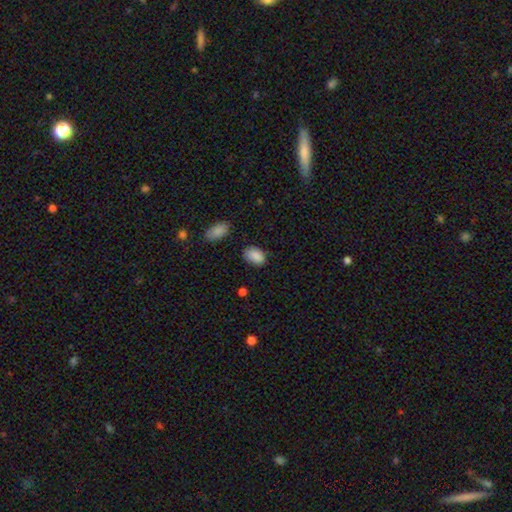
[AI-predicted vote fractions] Smooth or featured: smooth — 88% (star or artifact — 8%)
How rounded: in between — 87% (round — 12%)
Merging: none — 75% (minor disturbance — 19%)